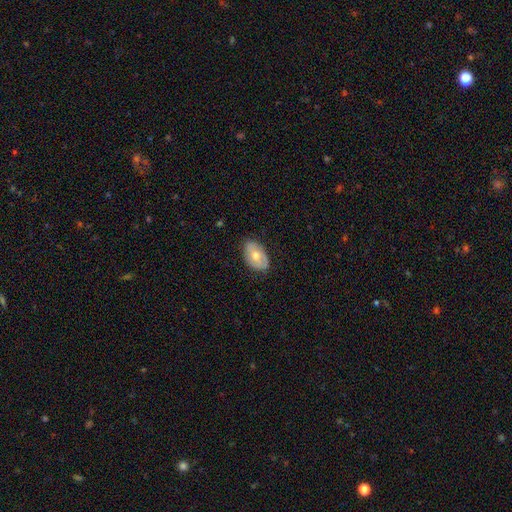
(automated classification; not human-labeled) A smooth galaxy with no disk features (53%) that is in between round and cigar-shaped (90%).

Vote fractions:
- Smooth or featured? smooth: 53% / featured or disk: 40% / star or artifact: 7%
- How rounded? in between: 90% / round: 9% / cigar-shaped: 1%
- Merging? none: 78% / minor disturbance: 17% / major disturbance: 3% / merger: 1%